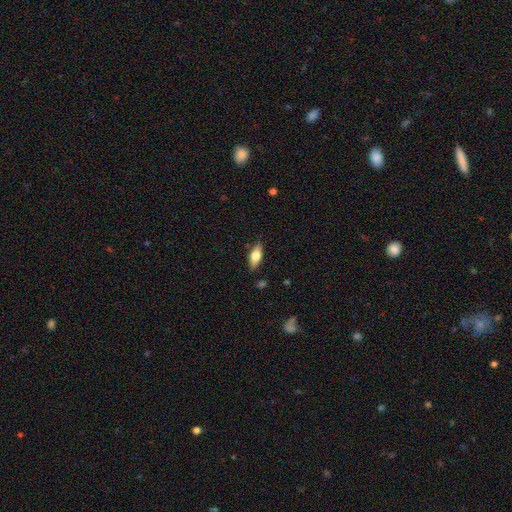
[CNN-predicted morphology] smooth 60%, featured or disk 33%, star or artifact 7%. Down the decision tree: how rounded — in between (74%); merging — none (84%).